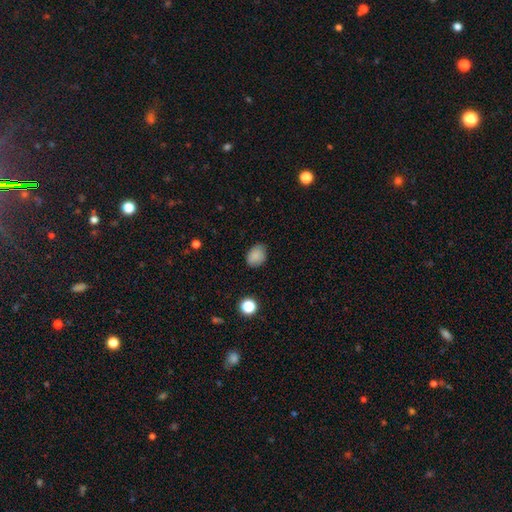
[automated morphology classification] A smooth galaxy with no disk features (85%) that is in between round and cigar-shaped (62%). Merging: none (79%).